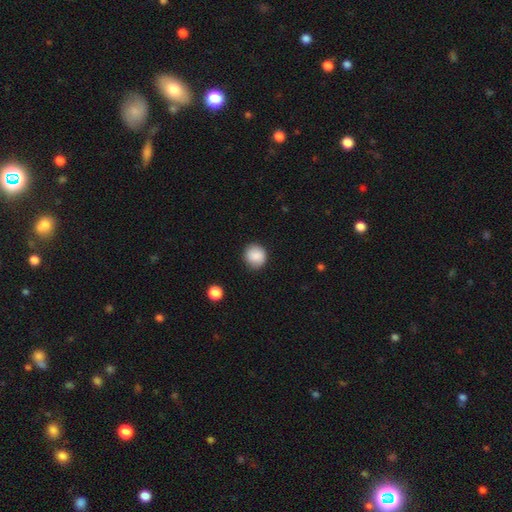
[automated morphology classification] A smooth galaxy with no disk features (88%) that is round (89%). Merging: none (87%).